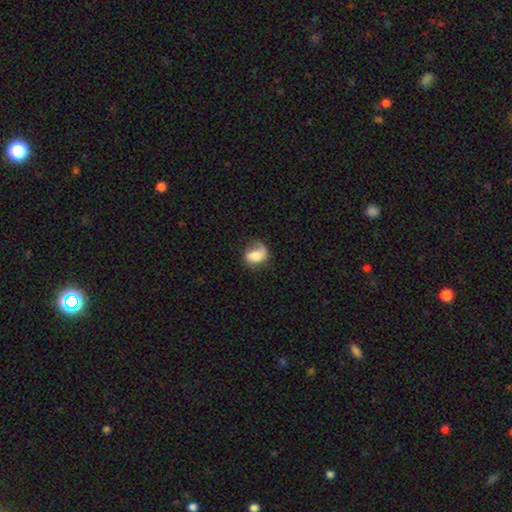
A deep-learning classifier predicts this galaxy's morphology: type=smooth (60%); roundness=in between (60%); merging=none (54%).